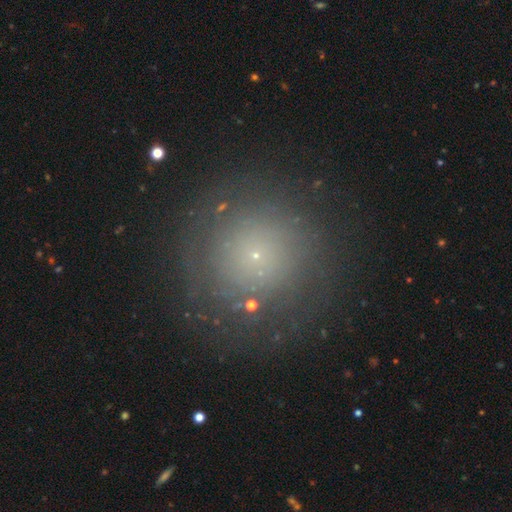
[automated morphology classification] Smooth or featured: smooth — 58% (star or artifact — 22%)
How rounded: round — 95% (in between — 4%)
Merging: none — 85% (minor disturbance — 9%)